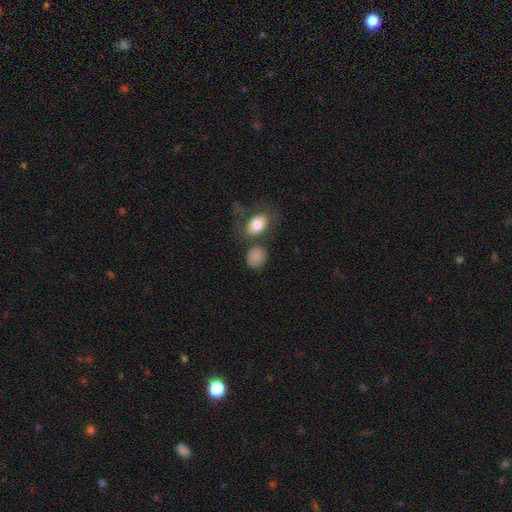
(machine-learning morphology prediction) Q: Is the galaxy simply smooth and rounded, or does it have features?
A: smooth — 83%.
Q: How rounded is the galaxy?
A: round — 57%.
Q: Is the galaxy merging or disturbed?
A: none — 63%.